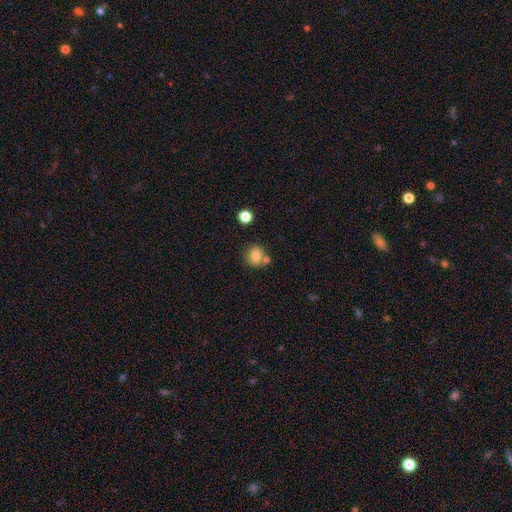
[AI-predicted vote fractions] This appears to be a smooth galaxy with no disk features (80%) that is round (82%). Merging: none (67%).